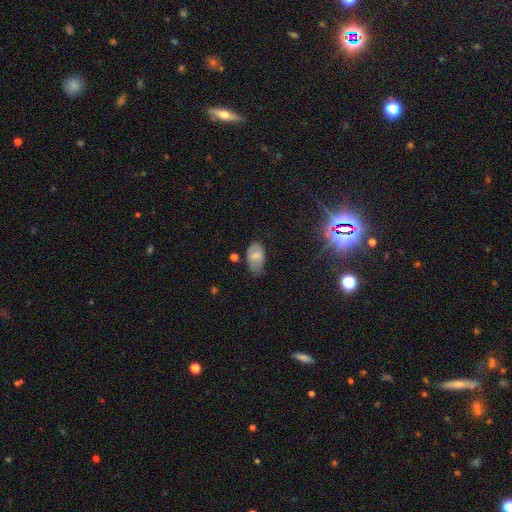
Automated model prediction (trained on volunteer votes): smooth 67%, featured or disk 23%, star or artifact 10%. Down the decision tree: how rounded — in between (93%); merging — none (51%).